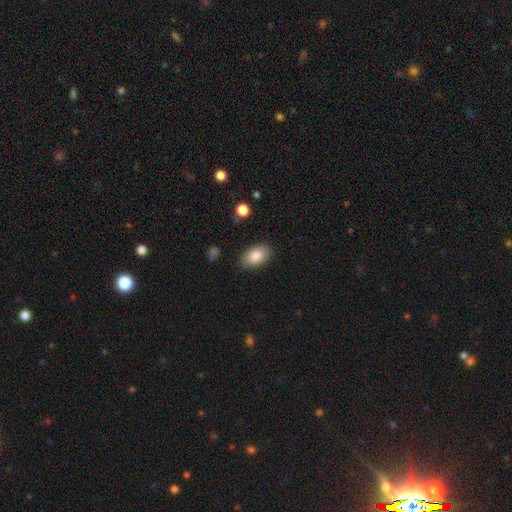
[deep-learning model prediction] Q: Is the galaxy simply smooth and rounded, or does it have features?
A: smooth — 85%.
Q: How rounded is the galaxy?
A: in between — 92%.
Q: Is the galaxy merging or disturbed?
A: none — 86%.